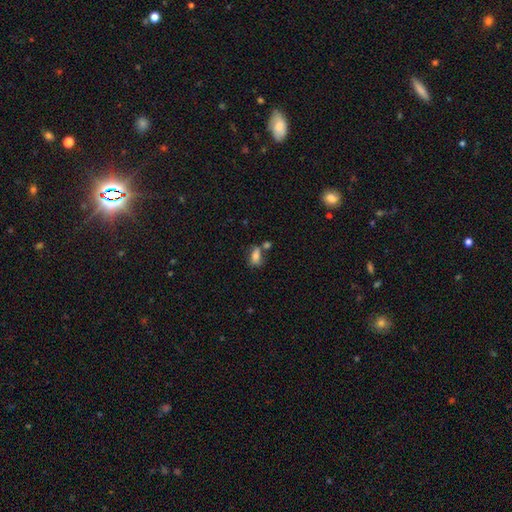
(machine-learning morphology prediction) type=smooth (75%); roundness=in between (83%); merging=none (46%).